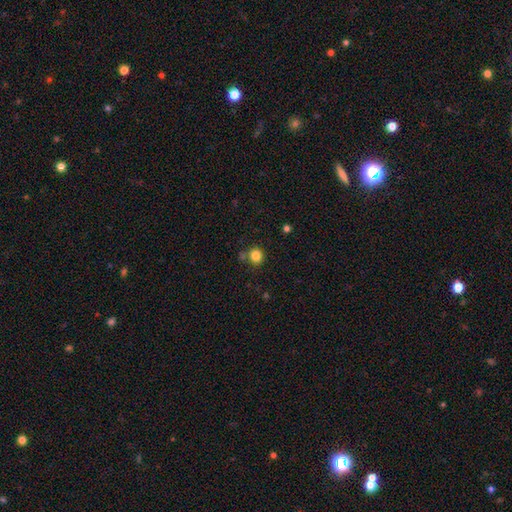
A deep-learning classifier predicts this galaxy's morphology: This is clearly a smooth galaxy (83%). How rounded: clearly round (87%). Merging: likely none (77%).